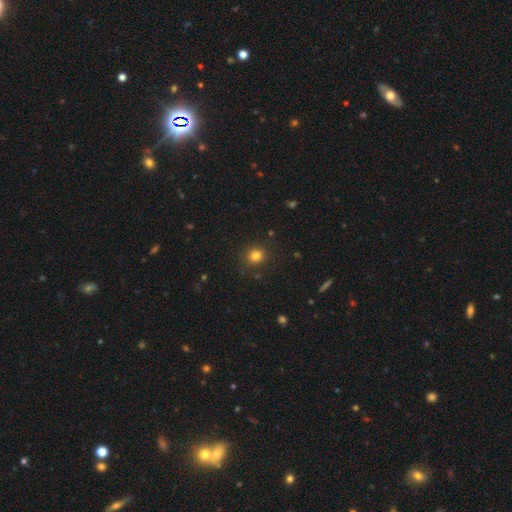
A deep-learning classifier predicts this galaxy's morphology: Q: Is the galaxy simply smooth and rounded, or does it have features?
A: smooth — 81%.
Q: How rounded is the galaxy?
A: round — 84%.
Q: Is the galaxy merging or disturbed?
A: none — 88%.